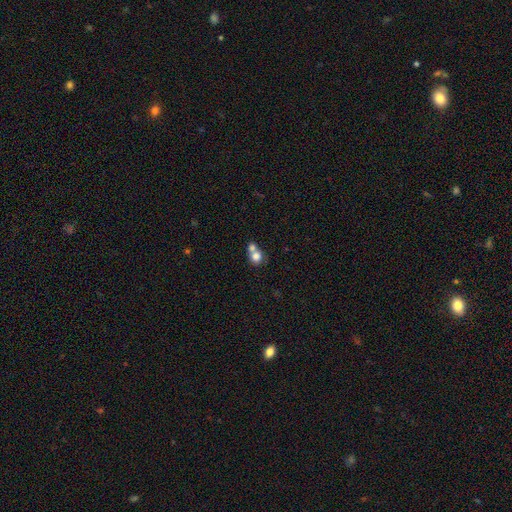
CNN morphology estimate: This is likely a smooth galaxy (78%). How rounded: likely round (77%). Merging: possibly merger (59%).